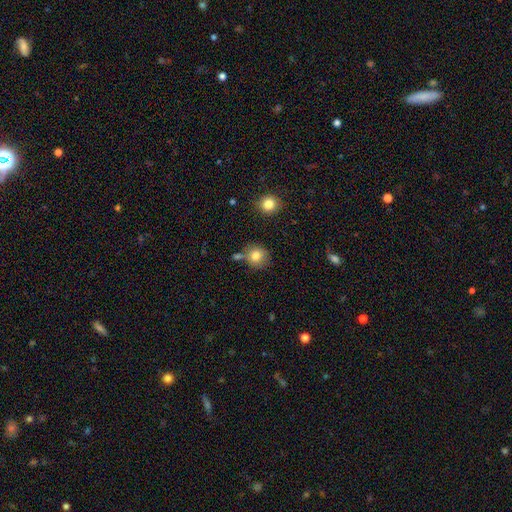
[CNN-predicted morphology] Smooth or featured? smooth (80%)
How rounded? round (89%)
Merging? none (71%)